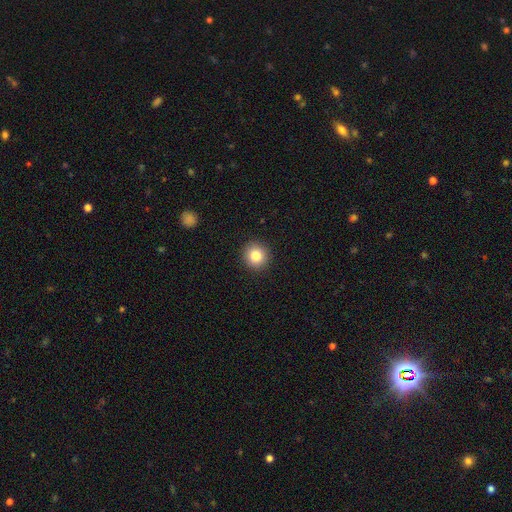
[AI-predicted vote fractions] smooth-or-featured: smooth: 84% | star or artifact: 10% | featured or disk: 6%
  how-rounded: round: 93% | in between: 6% | cigar-shaped: 1%
  merging: none: 92% | minor disturbance: 5% | major disturbance: 2% | merger: 1%